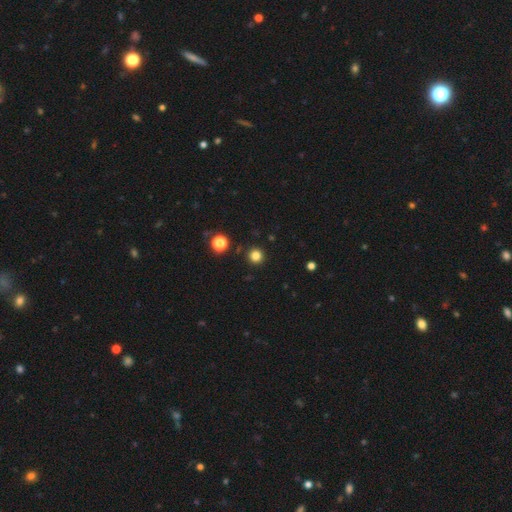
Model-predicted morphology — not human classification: A smooth galaxy with no disk features (82%) that is round (96%). Merging: none (91%).